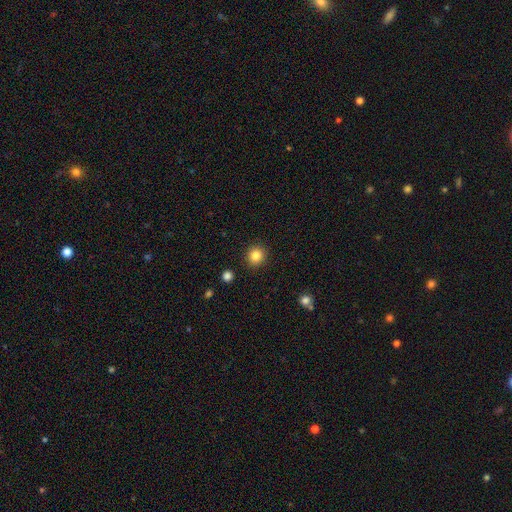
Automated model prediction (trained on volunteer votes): Smooth or featured?
  - smooth: 84% *
  - star or artifact: 11%
  - featured or disk: 5%
How rounded?
  - round: 90% *
  - in between: 9%
  - cigar-shaped: 1%
Merging?
  - none: 91% *
  - minor disturbance: 6%
  - major disturbance: 2%
  - merger: 1%